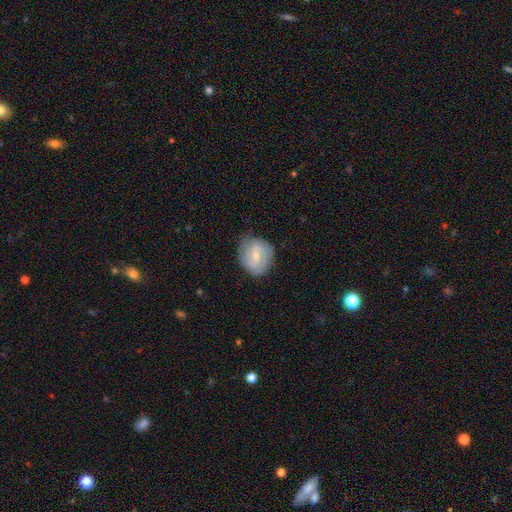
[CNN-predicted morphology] Overall: featured or disk (70%). Edge-on disk: no (97%). Bar: weak (55%; no 30%). Spiral arms: yes (90%). Spiral arm count: 2 (55%; can't tell 22%). Spiral winding: tight (48%; medium 40%). Bulge size: small (56%; moderate 41%). Merging: none (76%).